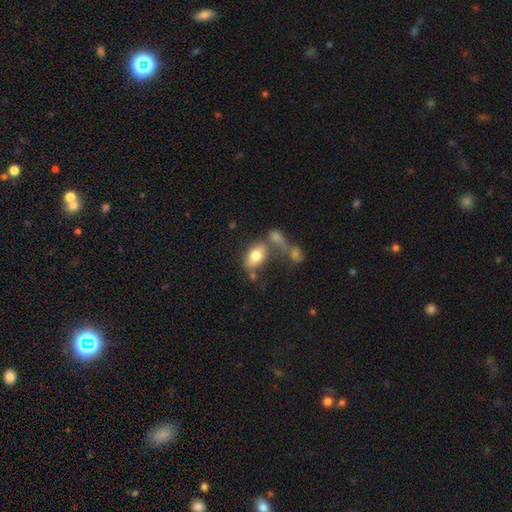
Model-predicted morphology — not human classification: type=smooth (75%); roundness=in between (89%); merging=none (45%).